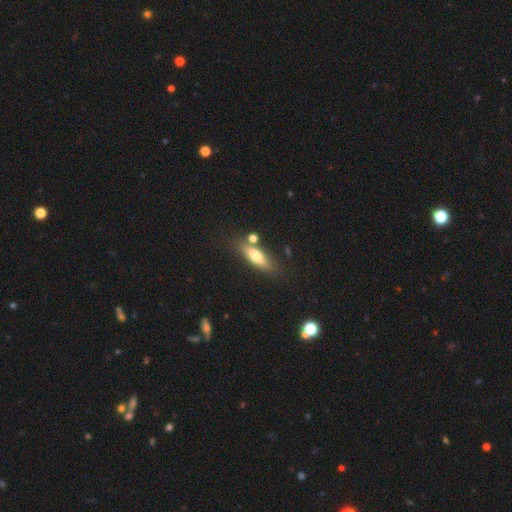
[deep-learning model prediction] The model was most divided on "how rounded": in between: 50%, cigar-shaped: 47%, round: 3%. More confident: merging — none (73%); smooth or featured — smooth (67%).